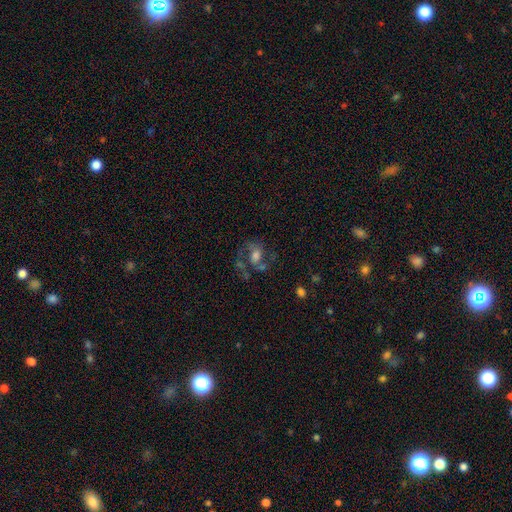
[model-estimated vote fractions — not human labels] Smooth or featured? Predicted: featured or disk (p=0.64). Edge-on disk? Predicted: no (p=0.97). Bar? Predicted: no (p=0.56). Spiral arms? Predicted: yes (p=0.78). Bulge size? Predicted: moderate (p=0.47). Merging? Predicted: none (p=0.49).